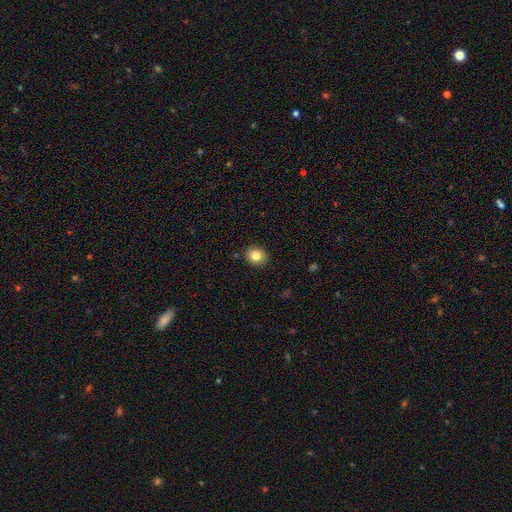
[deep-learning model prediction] Morphology: type=smooth (82%); roundness=round (72%); merging=none (90%).